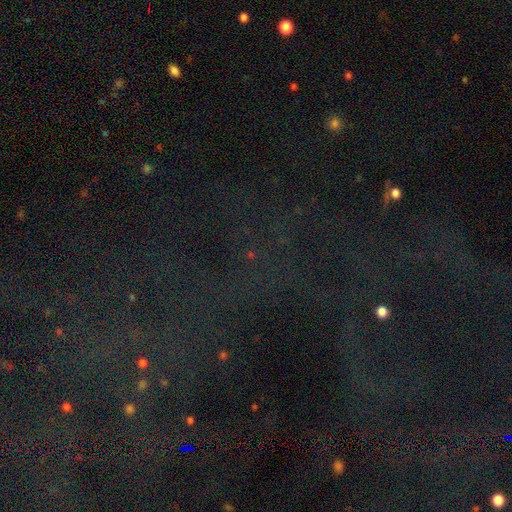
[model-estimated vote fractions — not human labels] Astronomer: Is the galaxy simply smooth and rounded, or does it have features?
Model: star or artifact — 77%.